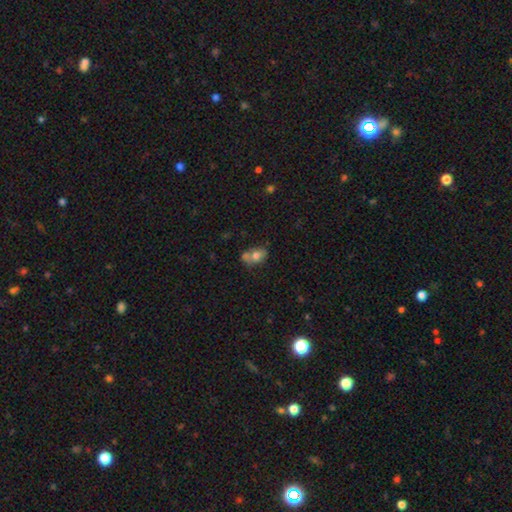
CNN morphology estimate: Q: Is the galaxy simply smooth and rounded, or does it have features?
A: smooth — 71%.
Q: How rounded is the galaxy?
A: in between — 67%.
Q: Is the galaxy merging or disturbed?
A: none — 43%.